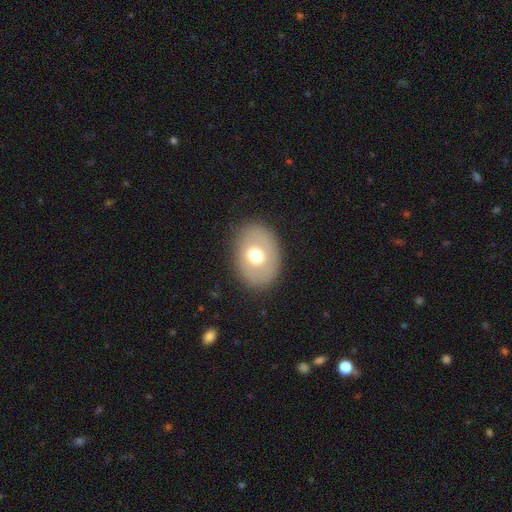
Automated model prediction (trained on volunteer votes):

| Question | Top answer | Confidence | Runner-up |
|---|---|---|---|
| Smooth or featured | smooth | 62% | featured or disk (30%) |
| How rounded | in between | 69% | round (30%) |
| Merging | none | 84% | minor disturbance (10%) |